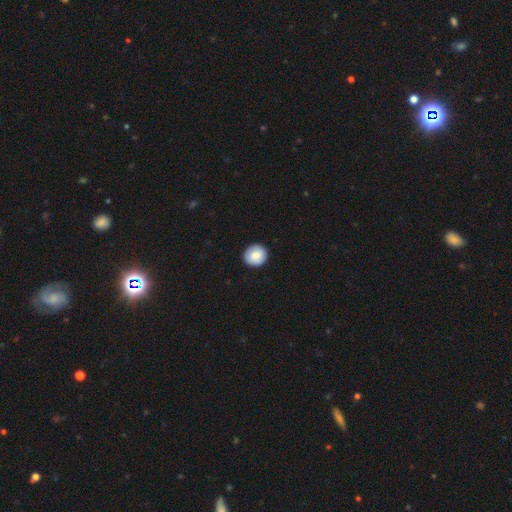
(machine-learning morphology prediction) Smooth or featured: smooth — 84% (featured or disk — 9%)
How rounded: round — 93% (in between — 6%)
Merging: none — 91% (minor disturbance — 6%)